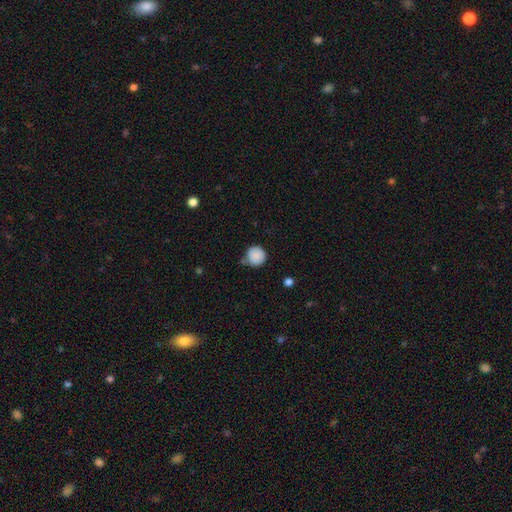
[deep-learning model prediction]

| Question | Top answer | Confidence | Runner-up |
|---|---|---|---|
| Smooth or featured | smooth | 88% | star or artifact (8%) |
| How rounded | round | 93% | in between (6%) |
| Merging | none | 63% | minor disturbance (25%) |